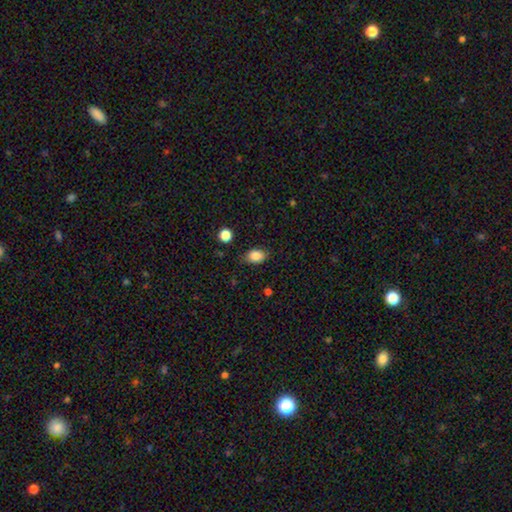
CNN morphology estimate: Smooth or featured: smooth — 86% (star or artifact — 9%)
How rounded: in between — 79% (round — 20%)
Merging: none — 77% (minor disturbance — 17%)